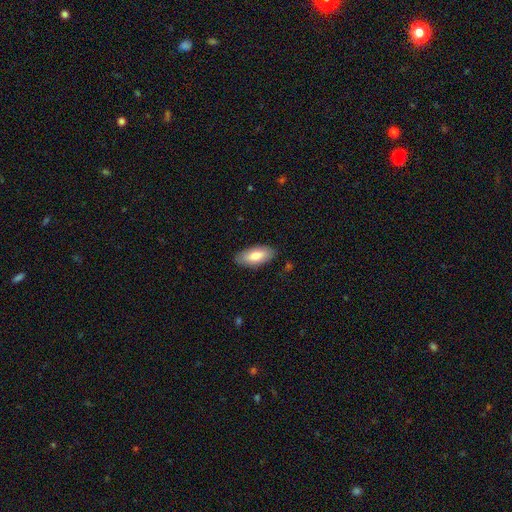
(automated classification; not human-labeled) Q: Smooth or featured?
A: smooth (78%); runner-up: featured or disk (16%)
Q: How rounded?
A: in between (88%); runner-up: cigar-shaped (11%)
Q: Merging?
A: none (86%); runner-up: minor disturbance (11%)